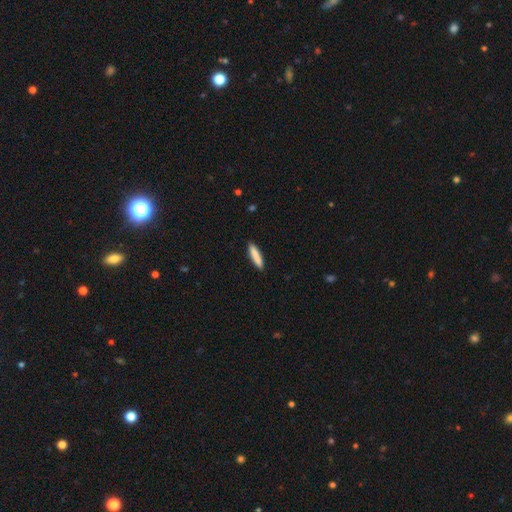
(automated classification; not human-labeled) Smooth or featured?
  - smooth: 85% *
  - featured or disk: 9%
  - star or artifact: 6%
How rounded?
  - cigar-shaped: 86% *
  - in between: 12%
  - round: 1%
Merging?
  - none: 90% *
  - minor disturbance: 7%
  - major disturbance: 2%
  - merger: 1%